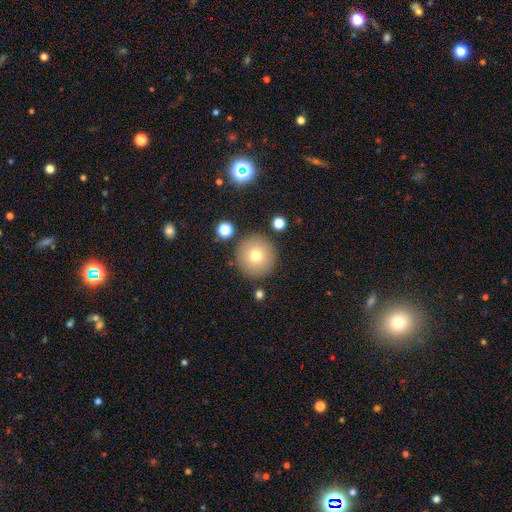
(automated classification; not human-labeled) Smooth or featured: smooth — 75% (featured or disk — 15%)
How rounded: round — 96% (in between — 3%)
Merging: none — 88% (minor disturbance — 7%)